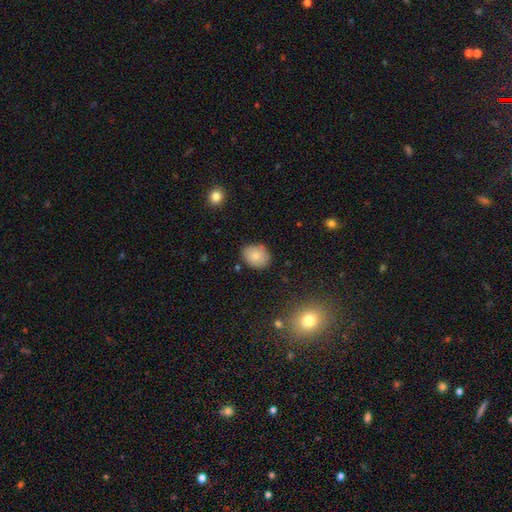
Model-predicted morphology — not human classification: smooth_or_featured: smooth (p=0.82) [alt: featured or disk p=0.09]
how_rounded: in between (p=0.54) [alt: round p=0.45]
merging: none (p=0.81) [alt: minor disturbance p=0.14]